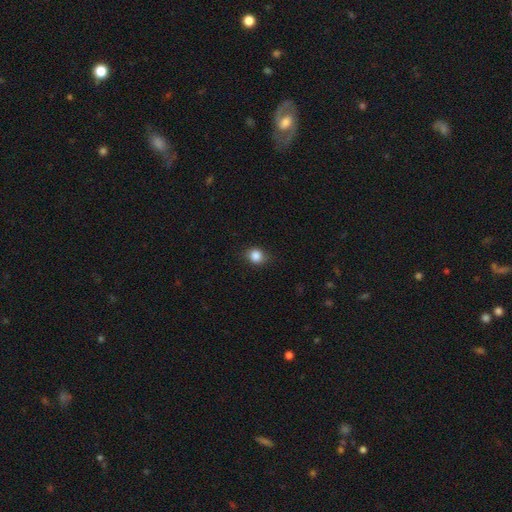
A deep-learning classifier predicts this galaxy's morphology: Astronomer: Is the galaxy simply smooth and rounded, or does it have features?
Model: smooth — 85%.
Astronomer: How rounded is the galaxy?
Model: round — 74%.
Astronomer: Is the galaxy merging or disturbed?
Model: none — 79%.